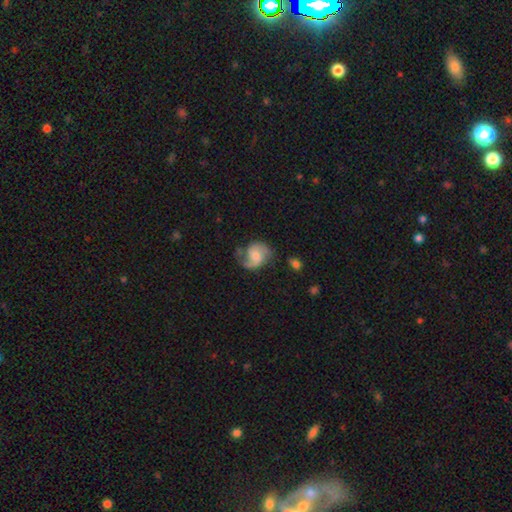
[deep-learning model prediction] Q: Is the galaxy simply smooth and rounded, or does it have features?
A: featured or disk — 72%.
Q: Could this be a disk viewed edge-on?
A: no — 98%.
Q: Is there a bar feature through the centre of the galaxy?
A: no — 56%.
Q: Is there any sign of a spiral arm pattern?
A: yes — 94%.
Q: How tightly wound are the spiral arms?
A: medium — 47%.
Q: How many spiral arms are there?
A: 2 — 83%.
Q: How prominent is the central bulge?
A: moderate — 45%.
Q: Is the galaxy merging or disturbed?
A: none — 60%.